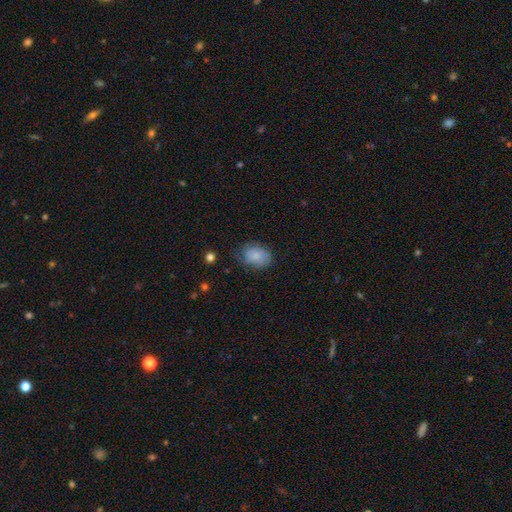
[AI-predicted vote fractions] Smooth or featured? Predicted: smooth (p=0.79). How rounded? Predicted: in between (p=0.66). Merging? Predicted: none (p=0.66).